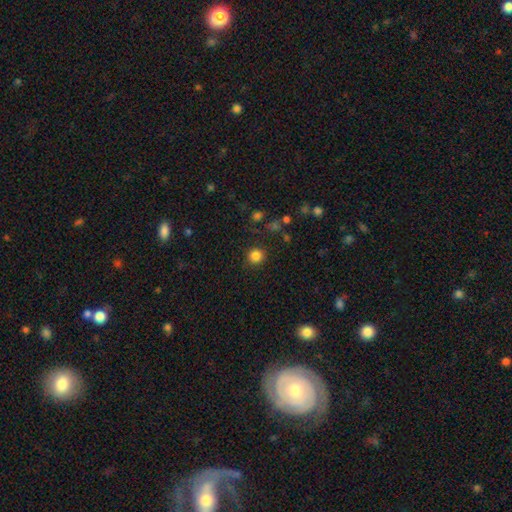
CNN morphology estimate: Smooth or featured? smooth (84%)
How rounded? round (93%)
Merging? none (90%)